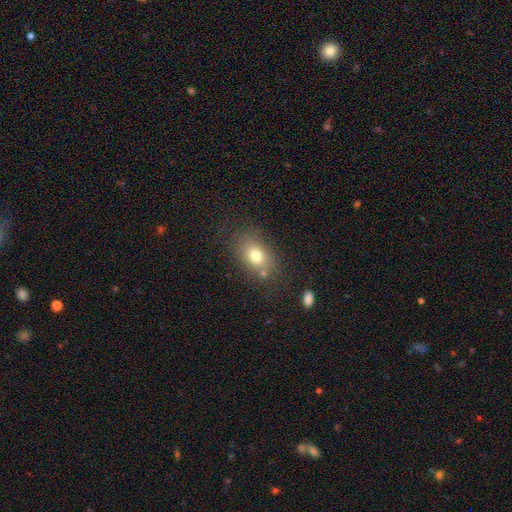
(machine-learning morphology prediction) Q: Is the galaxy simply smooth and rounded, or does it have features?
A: smooth — 75%.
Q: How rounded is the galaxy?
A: in between — 77%.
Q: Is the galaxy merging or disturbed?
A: none — 73%.